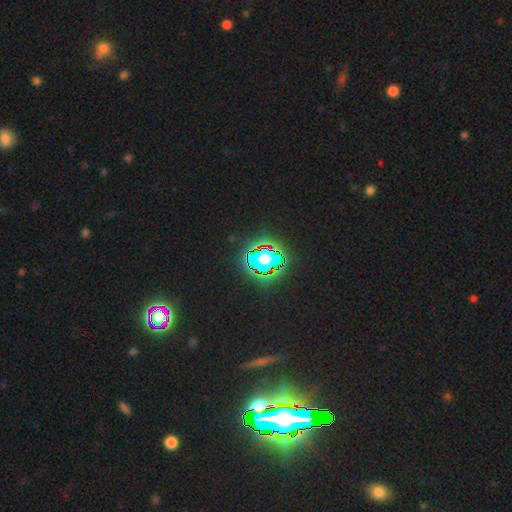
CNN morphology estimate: Overall: star or artifact (81%).